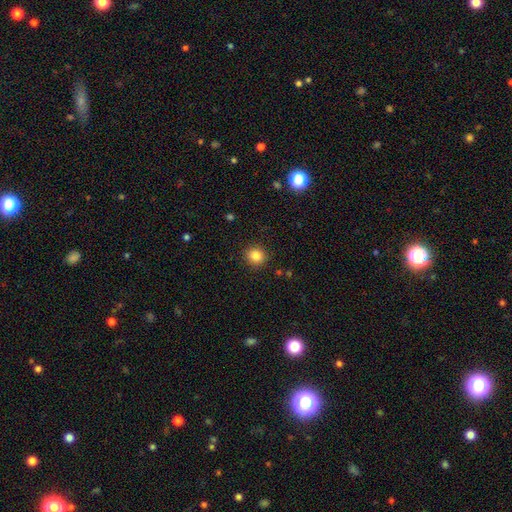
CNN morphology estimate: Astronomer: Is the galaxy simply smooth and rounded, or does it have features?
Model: smooth — 84%.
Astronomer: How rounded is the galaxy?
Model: round — 88%.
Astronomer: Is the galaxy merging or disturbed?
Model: none — 91%.